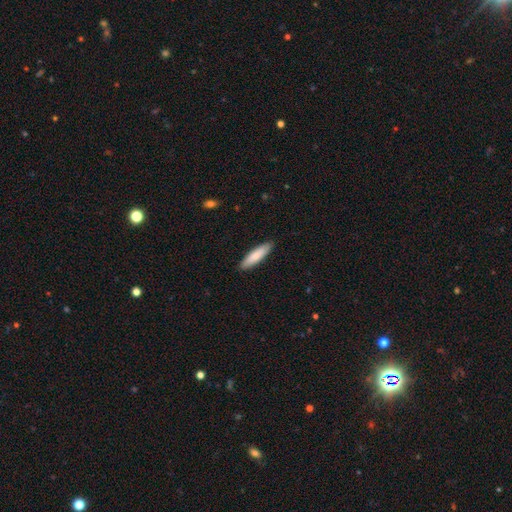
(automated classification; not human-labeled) Q: Smooth or featured?
A: smooth (81%); runner-up: featured or disk (14%)
Q: How rounded?
A: cigar-shaped (71%); runner-up: in between (28%)
Q: Merging?
A: none (90%); runner-up: minor disturbance (8%)